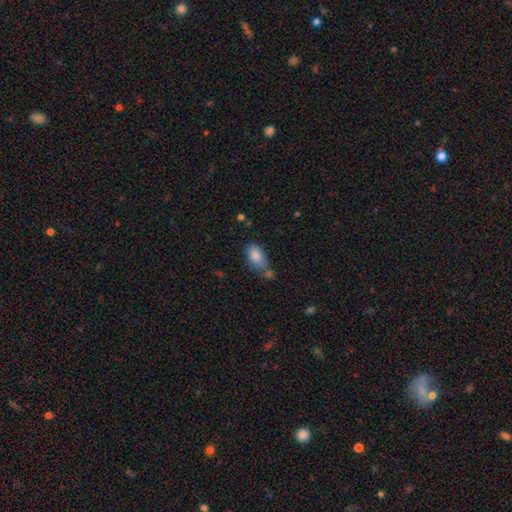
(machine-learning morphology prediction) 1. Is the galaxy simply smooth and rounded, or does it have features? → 82% smooth, 10% featured or disk, 8% star or artifact.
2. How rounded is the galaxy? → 91% in between, 5% round, 4% cigar-shaped.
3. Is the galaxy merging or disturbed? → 41% none, 25% minor disturbance, 24% merger, 10% major disturbance.